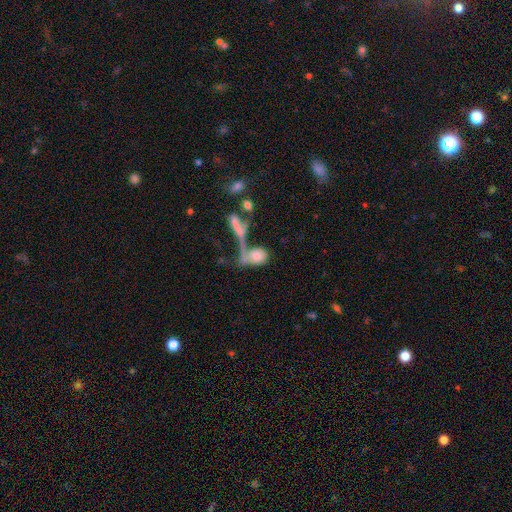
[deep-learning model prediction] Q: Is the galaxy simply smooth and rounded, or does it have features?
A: smooth — 69%.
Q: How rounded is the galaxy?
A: in between — 54%.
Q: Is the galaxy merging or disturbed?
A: merger — 47%.